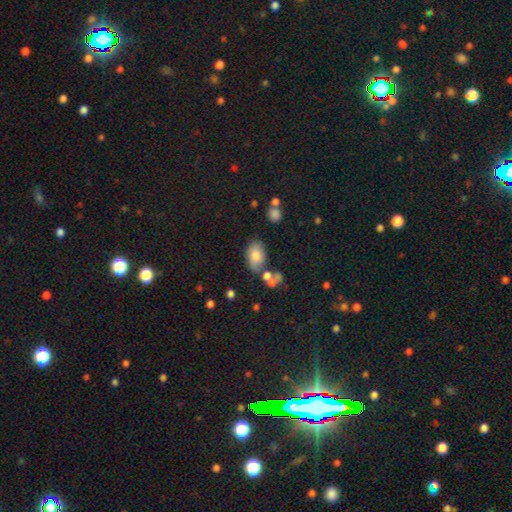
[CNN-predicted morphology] Q: Smooth or featured?
A: smooth (79%); runner-up: featured or disk (12%)
Q: How rounded?
A: in between (90%); runner-up: round (8%)
Q: Merging?
A: none (64%); runner-up: minor disturbance (18%)